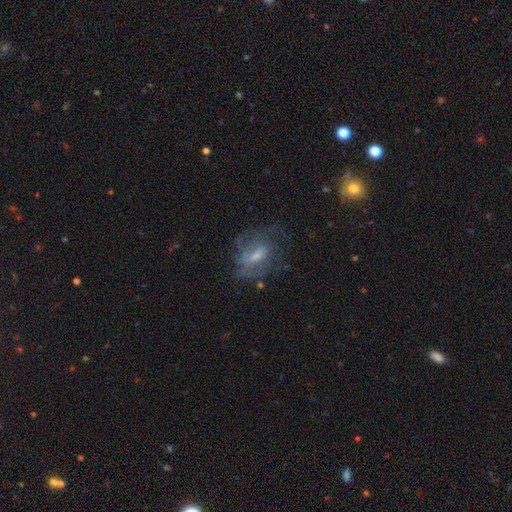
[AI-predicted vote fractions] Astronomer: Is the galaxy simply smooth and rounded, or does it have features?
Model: featured or disk — 63%.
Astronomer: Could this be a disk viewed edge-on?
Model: no — 93%.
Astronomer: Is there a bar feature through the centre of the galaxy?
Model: weak — 49% (runner-up: no, 34%).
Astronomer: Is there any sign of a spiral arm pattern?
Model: yes — 70%.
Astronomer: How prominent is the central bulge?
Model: small — 42%, tied with moderate at 42%.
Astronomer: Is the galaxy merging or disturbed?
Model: none — 55%.